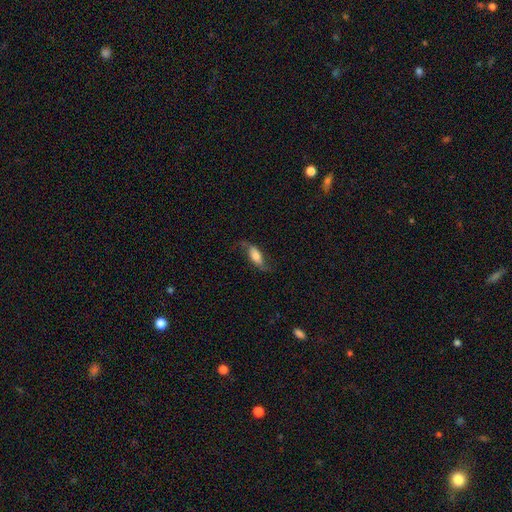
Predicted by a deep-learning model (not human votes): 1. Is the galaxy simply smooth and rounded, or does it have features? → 52% featured or disk, 41% smooth, 8% star or artifact.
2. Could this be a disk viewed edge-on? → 81% no, 19% yes.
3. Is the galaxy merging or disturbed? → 65% none, 21% minor disturbance, 13% major disturbance, 2% merger.